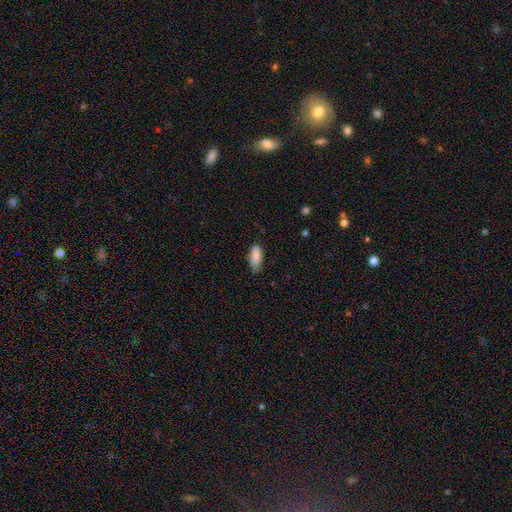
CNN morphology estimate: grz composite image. It shows a smooth galaxy with no disk features (88%) that is in between round and cigar-shaped (77%). Merging: none (69%).